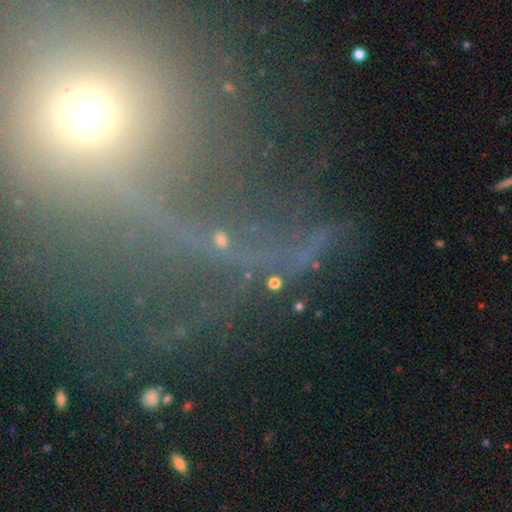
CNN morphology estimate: star or artifact 49%, featured or disk 32%, smooth 19%.